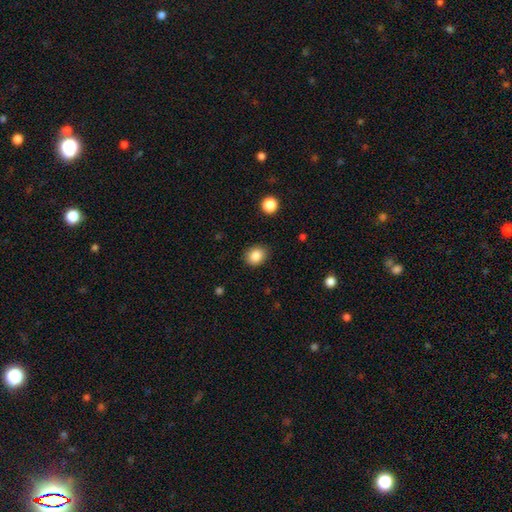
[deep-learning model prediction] smooth-or-featured: smooth: 86% | star or artifact: 10% | featured or disk: 5%
  how-rounded: round: 64% | in between: 35% | cigar-shaped: 1%
  merging: none: 87% | minor disturbance: 9% | major disturbance: 2% | merger: 1%